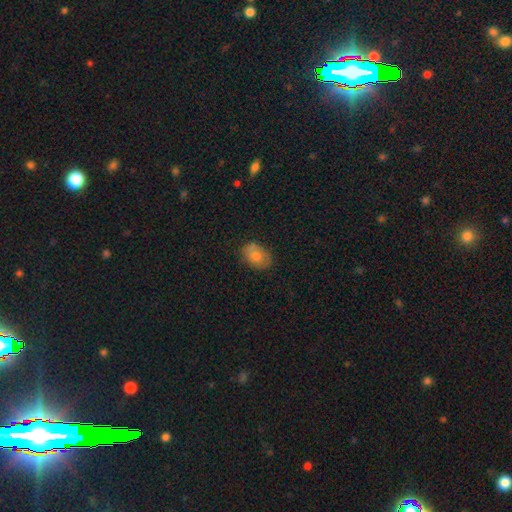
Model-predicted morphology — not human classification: Smooth or featured: smooth — 72% (featured or disk — 19%)
How rounded: in between — 75% (round — 24%)
Merging: none — 78% (minor disturbance — 17%)